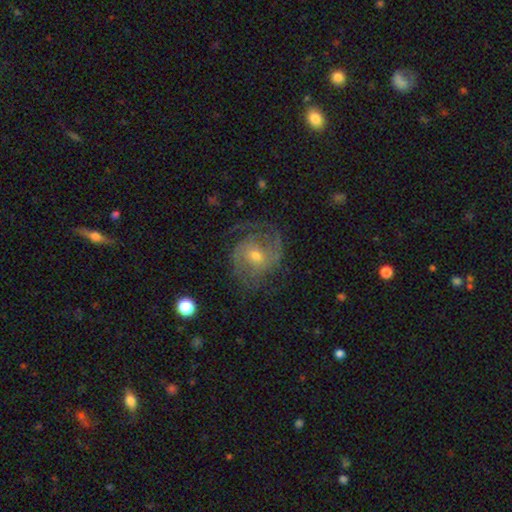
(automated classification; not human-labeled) featured or disk 82%, smooth 11%, star or artifact 7%. Down the decision tree: edge-on disk — no (98%); bar — no (61%); spiral arms — yes (94%); spiral arm count — 2 (56%); spiral winding — medium (47%); bulge size — small (53%); merging — none (66%).